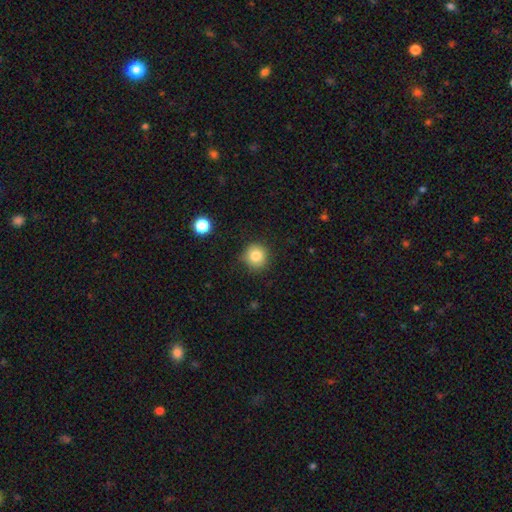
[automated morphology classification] Smooth or featured?
  - smooth: 83% *
  - star or artifact: 11%
  - featured or disk: 6%
How rounded?
  - round: 93% *
  - in between: 6%
  - cigar-shaped: 1%
Merging?
  - none: 87% *
  - minor disturbance: 9%
  - major disturbance: 2%
  - merger: 1%